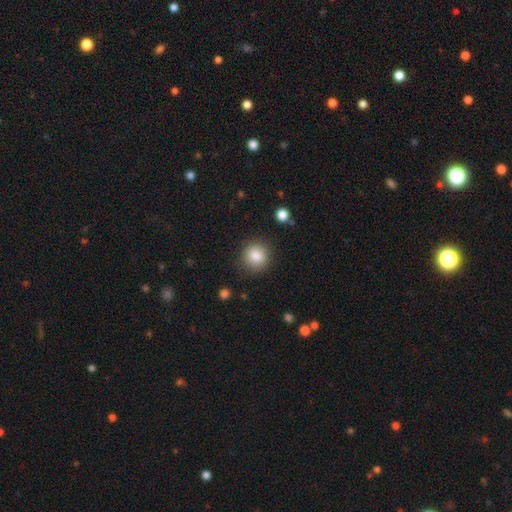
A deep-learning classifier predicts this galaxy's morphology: Smooth or featured? smooth (86%)
How rounded? round (89%)
Merging? none (85%)